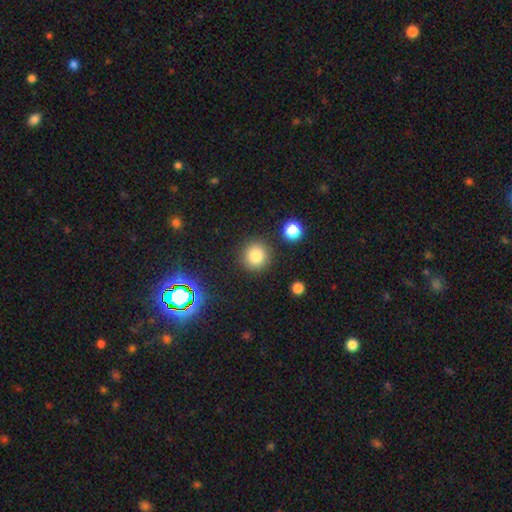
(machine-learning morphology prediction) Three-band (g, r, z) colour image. It shows a smooth galaxy with no disk features (82%) that is round (94%). Merging: none (87%).